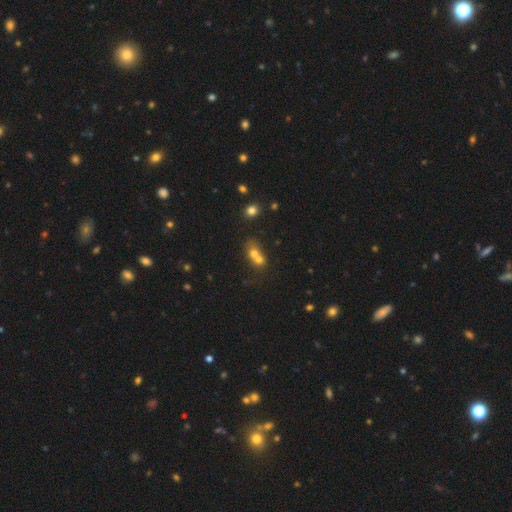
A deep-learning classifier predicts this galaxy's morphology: Q: Smooth or featured?
A: smooth (64%); runner-up: featured or disk (22%)
Q: How rounded?
A: round (55%); runner-up: in between (42%)
Q: Merging?
A: merger (70%); runner-up: none (21%)